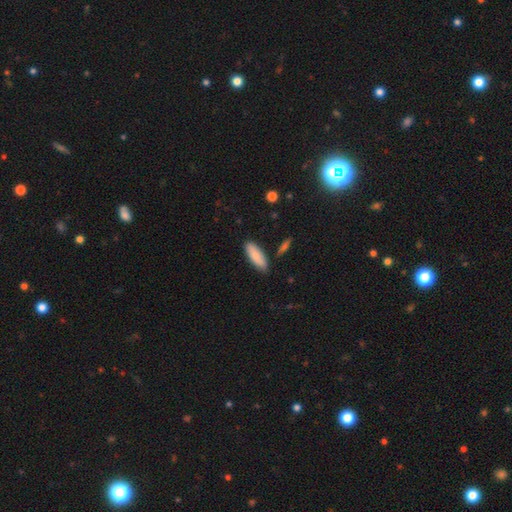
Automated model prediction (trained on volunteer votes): Overall: smooth (82%). How rounded: in between (63%; cigar-shaped 35%). Merging: none (84%).